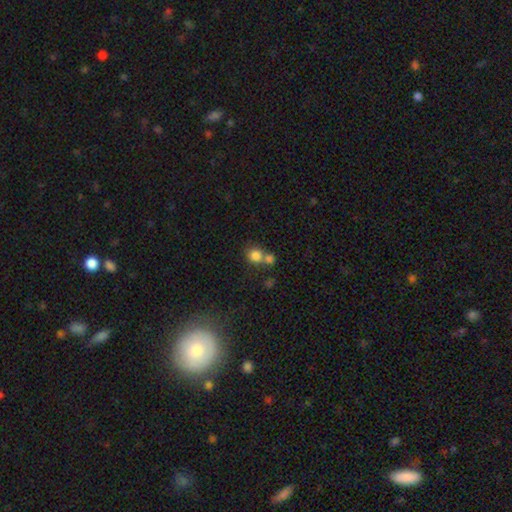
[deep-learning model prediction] A smooth galaxy with no disk features (81%) that is round (81%).

Vote fractions:
- Smooth or featured? smooth: 81% / star or artifact: 11% / featured or disk: 8%
- How rounded? round: 81% / in between: 18% / cigar-shaped: 1%
- Merging? merger: 44% (tied) / none: 44% (tied) / minor disturbance: 8% / major disturbance: 4%